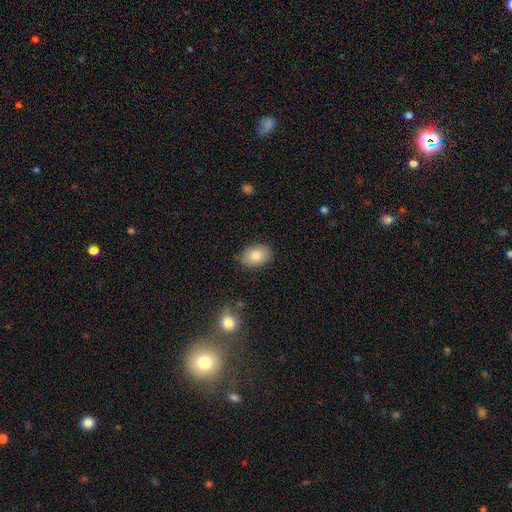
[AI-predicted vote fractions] This appears to be a smooth galaxy with no disk features (82%) that is in between round and cigar-shaped (76%). Merging: none (84%).